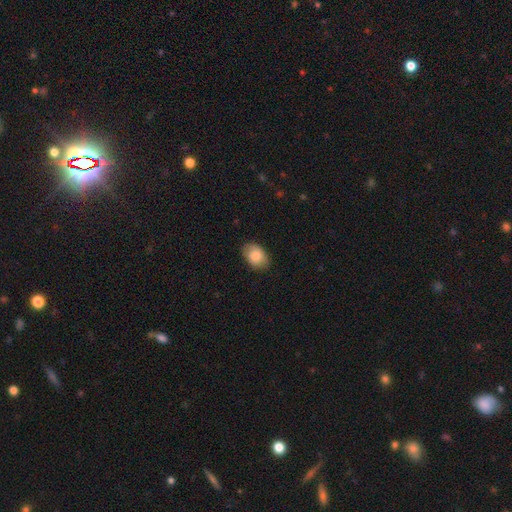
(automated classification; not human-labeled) The model was most divided on "merging": none: 81%, minor disturbance: 15%, major disturbance: 3%, merger: 1%. More confident: smooth or featured — smooth (85%); how rounded — in between (84%).